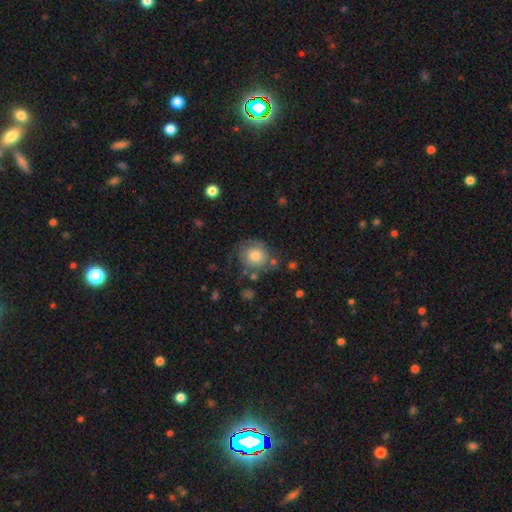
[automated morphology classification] Q: Smooth or featured?
A: smooth (73%); runner-up: featured or disk (19%)
Q: How rounded?
A: round (82%); runner-up: in between (17%)
Q: Merging?
A: none (63%); runner-up: minor disturbance (21%)